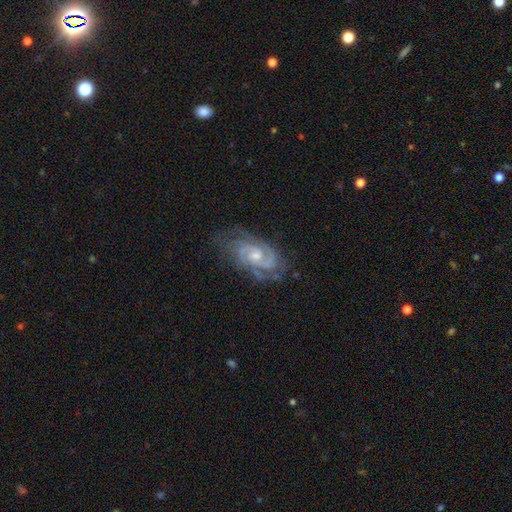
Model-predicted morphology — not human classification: type=featured or disk (89%); edge-on=no (97%); bar=no (61%); spiral arms=yes (98%); winding=tight (59%); arm count=2 (62%); bulge=moderate (48%); merging=none (73%).